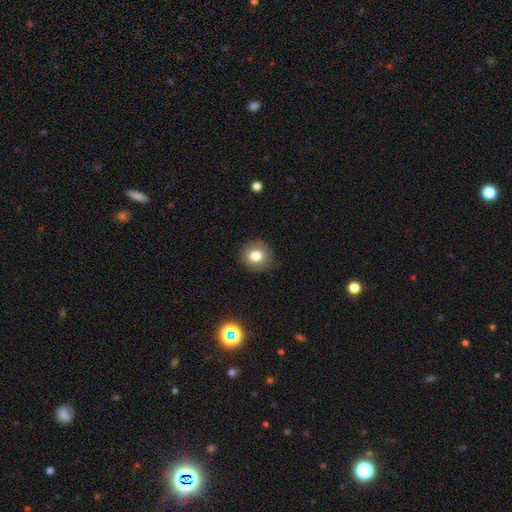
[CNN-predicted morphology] Q: Smooth or featured?
A: smooth (80%); runner-up: star or artifact (10%)
Q: How rounded?
A: round (87%); runner-up: in between (12%)
Q: Merging?
A: none (90%); runner-up: minor disturbance (7%)